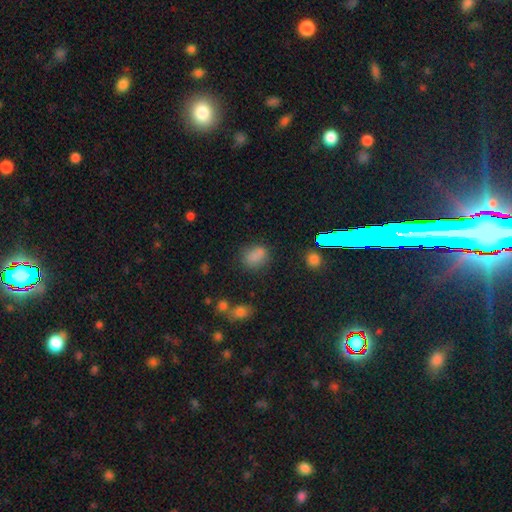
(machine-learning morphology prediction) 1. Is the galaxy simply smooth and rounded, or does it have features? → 78% smooth, 16% star or artifact, 7% featured or disk.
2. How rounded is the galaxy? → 67% in between, 32% round, 2% cigar-shaped.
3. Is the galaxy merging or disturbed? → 68% none, 19% minor disturbance, 7% major disturbance, 5% merger.